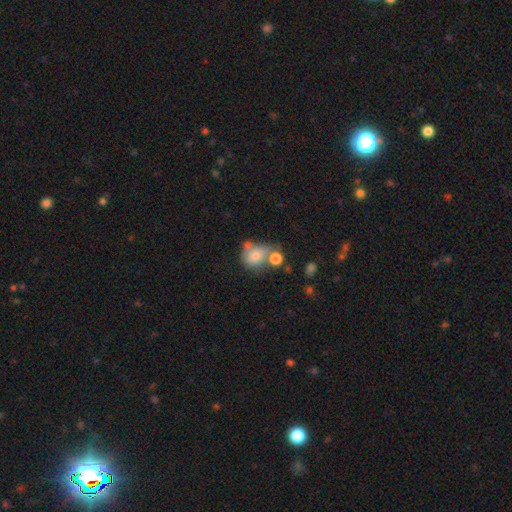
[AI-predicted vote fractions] Smooth or featured? Predicted: smooth (p=0.74). How rounded? Predicted: round (p=0.66). Merging? Predicted: merger (p=0.38).